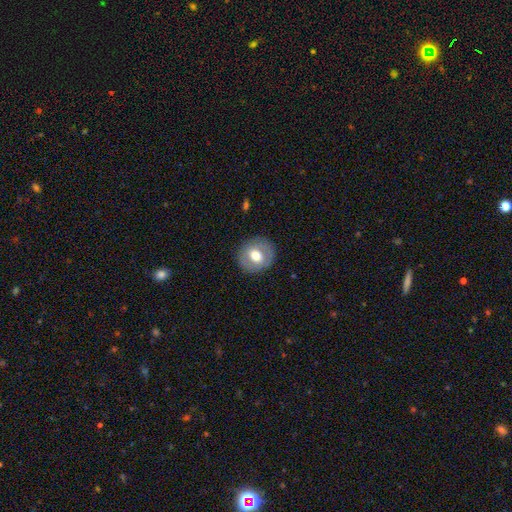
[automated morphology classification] smooth-or-featured: smooth: 62% | featured or disk: 31% | star or artifact: 7%
  how-rounded: round: 82% | in between: 17% | cigar-shaped: 1%
  merging: none: 87% | minor disturbance: 9% | major disturbance: 3% | merger: 1%